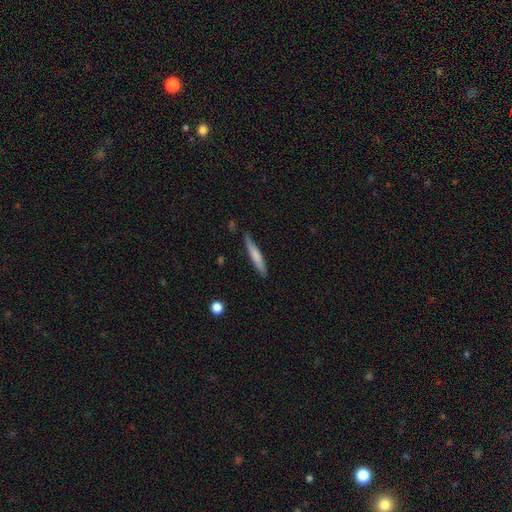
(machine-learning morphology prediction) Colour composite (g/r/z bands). It shows a smooth galaxy with no disk features (68%) that is cigar-shaped (92%). Merging: none (80%).